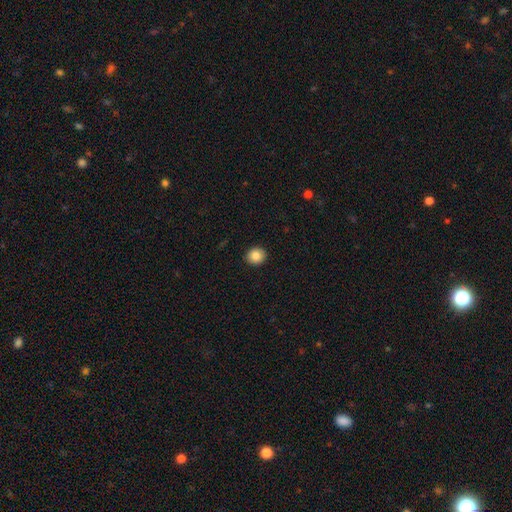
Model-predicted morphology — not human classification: Overall: smooth (86%). How rounded: round (84%). Merging: none (92%).